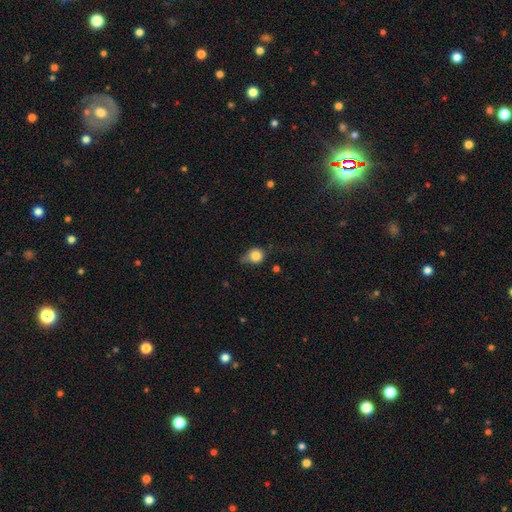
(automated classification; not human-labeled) smooth_or_featured: smooth (p=0.80) [alt: star or artifact p=0.10]
how_rounded: round (p=0.84) [alt: in between p=0.15]
merging: none (p=0.47) [alt: minor disturbance p=0.34]